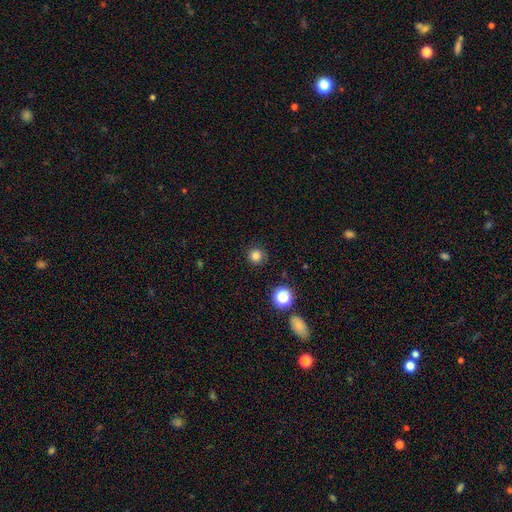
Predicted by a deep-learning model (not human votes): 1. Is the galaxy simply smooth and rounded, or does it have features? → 81% smooth, 15% star or artifact, 4% featured or disk.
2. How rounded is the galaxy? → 94% round, 5% in between, 1% cigar-shaped.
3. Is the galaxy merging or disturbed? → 89% none, 8% minor disturbance, 3% major disturbance, 1% merger.